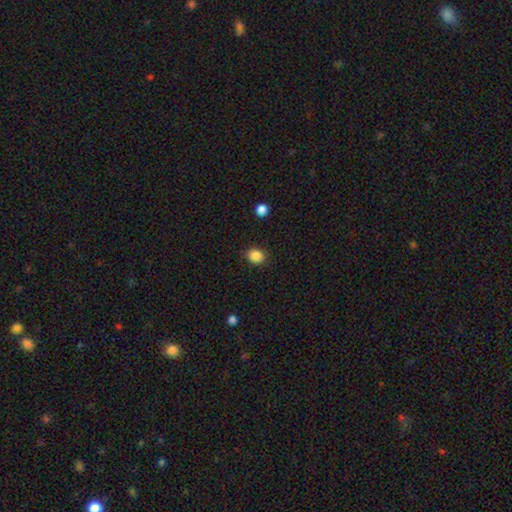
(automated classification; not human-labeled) A smooth galaxy with no disk features (87%) that is round (66%).

Vote fractions:
- Smooth or featured? smooth: 87% / star or artifact: 10% / featured or disk: 3%
- How rounded? round: 66% / in between: 33% / cigar-shaped: 1%
- Merging? none: 87% / minor disturbance: 9% / major disturbance: 3% / merger: 1%